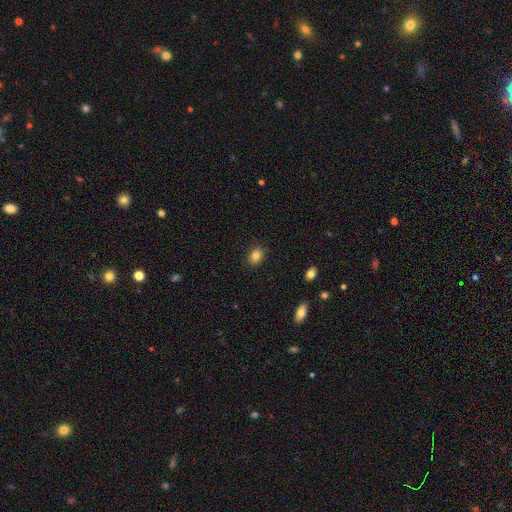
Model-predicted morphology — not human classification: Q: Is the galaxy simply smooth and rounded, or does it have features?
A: smooth — 85%.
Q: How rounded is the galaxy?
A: in between — 56%.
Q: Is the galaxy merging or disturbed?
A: none — 89%.